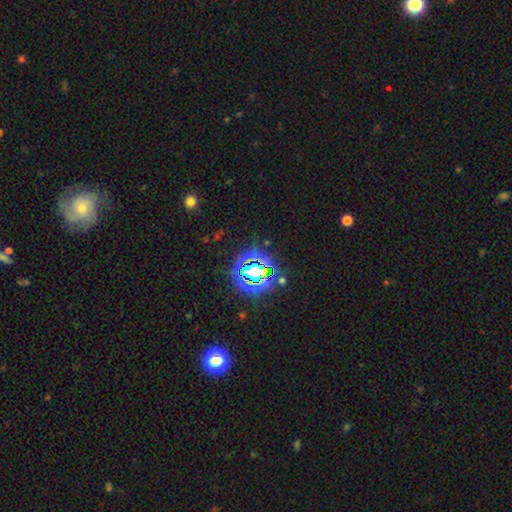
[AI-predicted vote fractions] This appears to be a star or artifact, not a galaxy (79%).